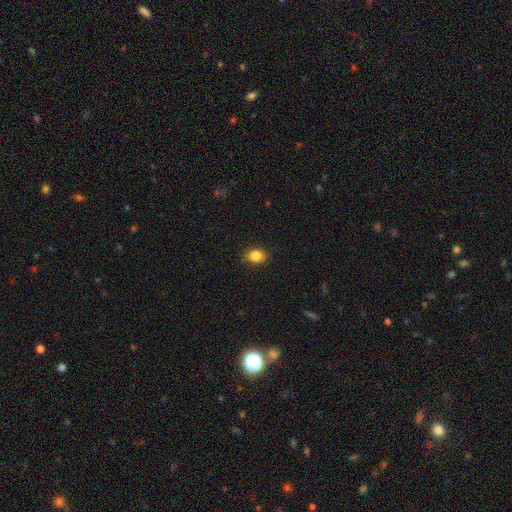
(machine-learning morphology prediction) smooth_or_featured: smooth (p=0.86) [alt: star or artifact p=0.10]
how_rounded: in between (p=0.54) [alt: round p=0.44]
merging: none (p=0.84) [alt: minor disturbance p=0.13]